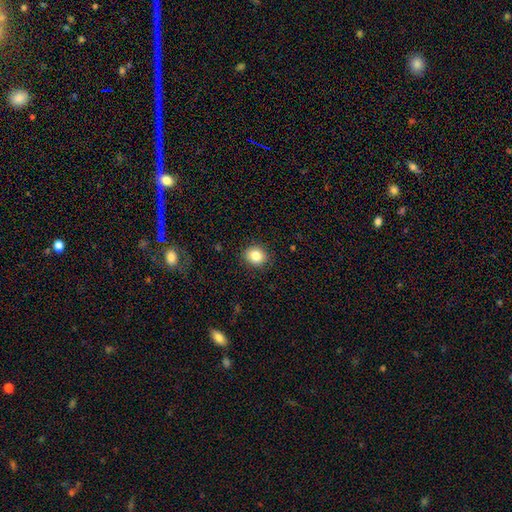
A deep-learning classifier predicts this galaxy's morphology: Q: Smooth or featured?
A: smooth (84%); runner-up: star or artifact (10%)
Q: How rounded?
A: round (75%); runner-up: in between (24%)
Q: Merging?
A: none (90%); runner-up: minor disturbance (7%)